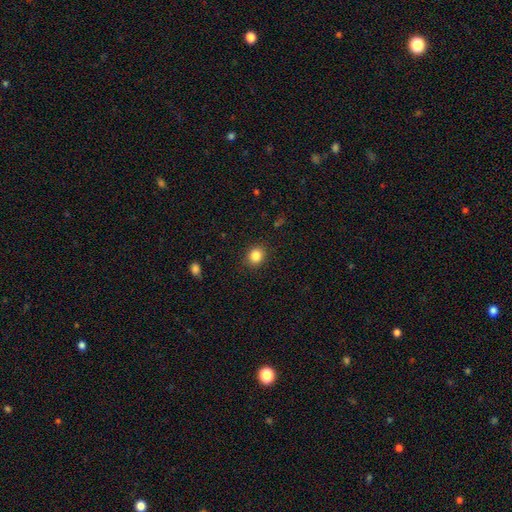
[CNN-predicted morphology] Overall: smooth (85%). How rounded: round (73%). Merging: none (89%).